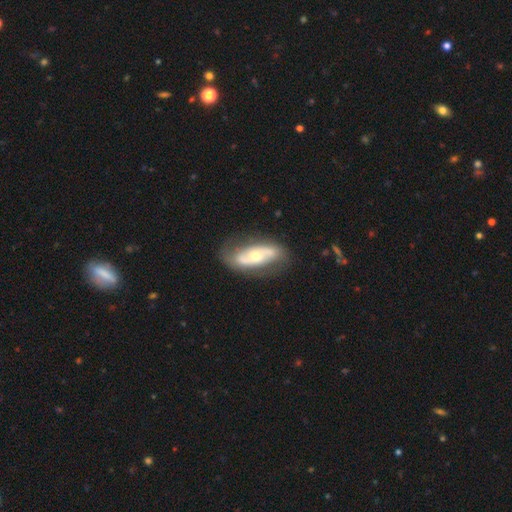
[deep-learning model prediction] Smooth or featured? featured or disk (68%)
Edge-on disk? no (88%)
Bar? no (65%)
Spiral arms? yes (66%)
Bulge size? moderate (59%)
Merging? none (72%)